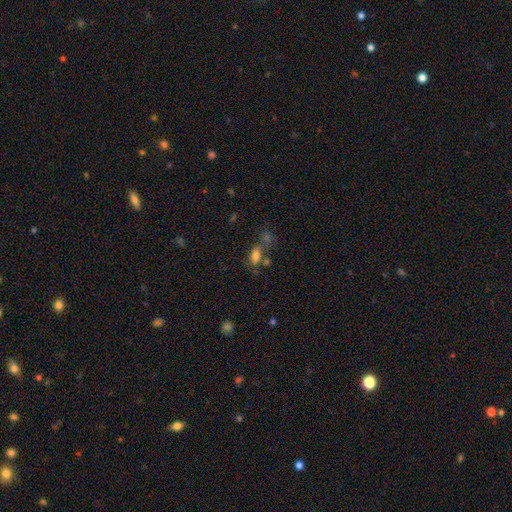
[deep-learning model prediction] A smooth galaxy with no disk features (73%) that is in between round and cigar-shaped (84%).

Vote fractions:
- Smooth or featured? smooth: 73% / star or artifact: 15% / featured or disk: 13%
- How rounded? in between: 84% / cigar-shaped: 8% / round: 7%
- Merging? none: 39% / merger: 35% / minor disturbance: 15% / major disturbance: 11%